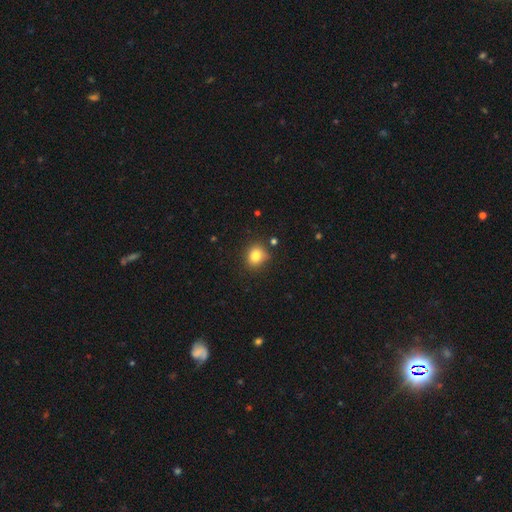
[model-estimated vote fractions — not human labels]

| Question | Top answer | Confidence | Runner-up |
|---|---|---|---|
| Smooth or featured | smooth | 82% | star or artifact (11%) |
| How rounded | round | 72% | in between (27%) |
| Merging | none | 79% | minor disturbance (14%) |